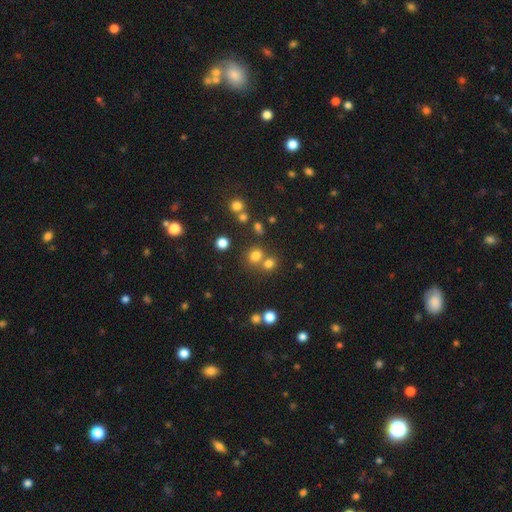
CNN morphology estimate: A smooth galaxy with no disk features (72%) that is round (64%). Merging: none (55%).